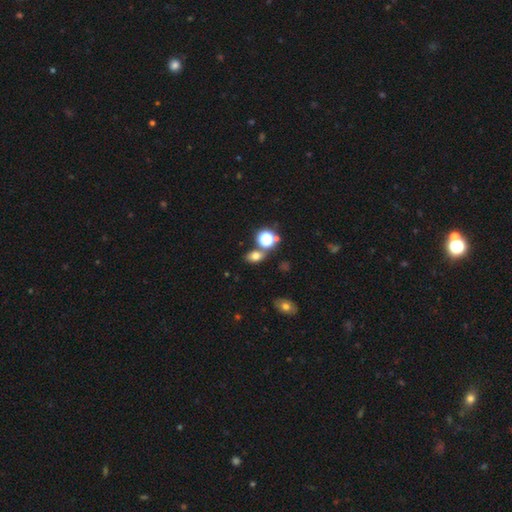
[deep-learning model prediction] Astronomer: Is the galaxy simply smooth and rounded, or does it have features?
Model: smooth — 71%.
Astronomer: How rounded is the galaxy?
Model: in between — 70%.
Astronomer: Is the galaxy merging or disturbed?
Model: none — 71%.